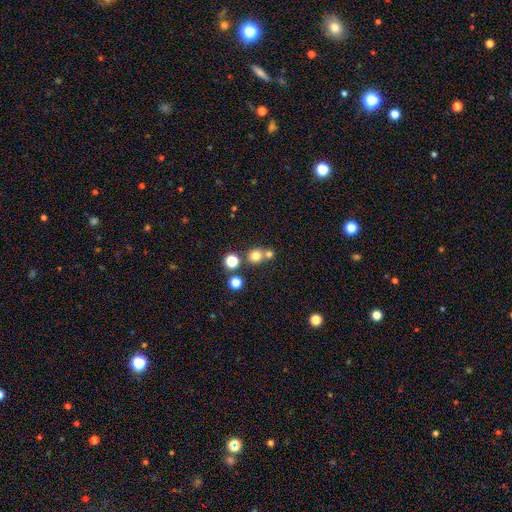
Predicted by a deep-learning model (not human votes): Q: Smooth or featured?
A: smooth (75%); runner-up: star or artifact (16%)
Q: How rounded?
A: round (86%); runner-up: in between (13%)
Q: Merging?
A: none (58%); runner-up: merger (32%)